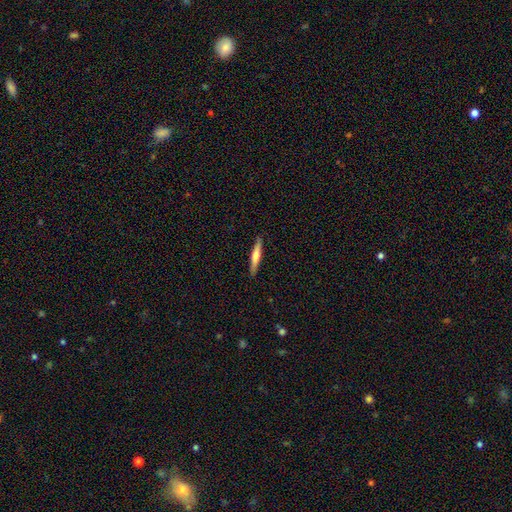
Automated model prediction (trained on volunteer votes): A smooth galaxy with no disk features (49%). Merging: none (90%).